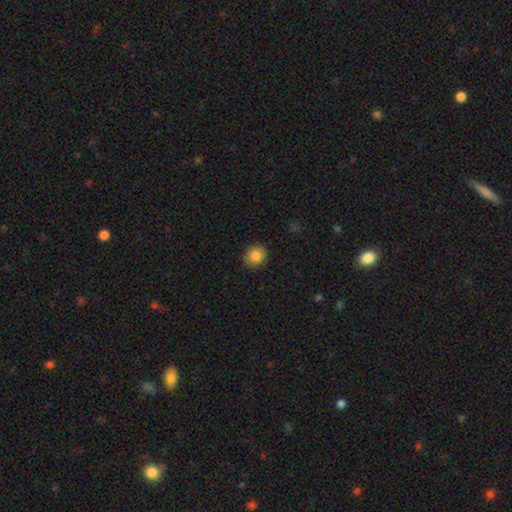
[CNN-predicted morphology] This appears to be a smooth galaxy with no disk features (86%) that is round (73%). Merging: none (87%).